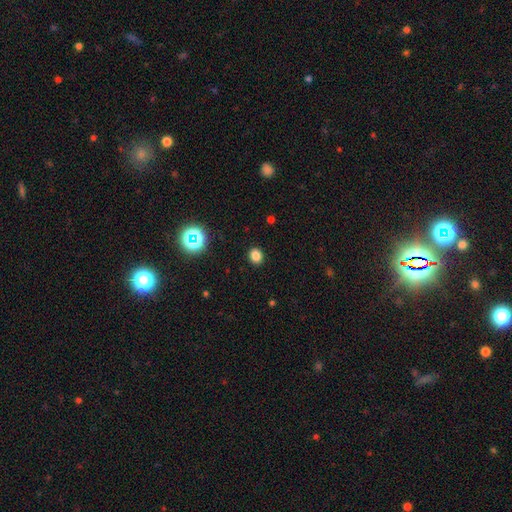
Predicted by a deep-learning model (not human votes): Smooth or featured: smooth — 80% (star or artifact — 16%)
How rounded: round — 65% (in between — 35%)
Merging: none — 91% (minor disturbance — 6%)